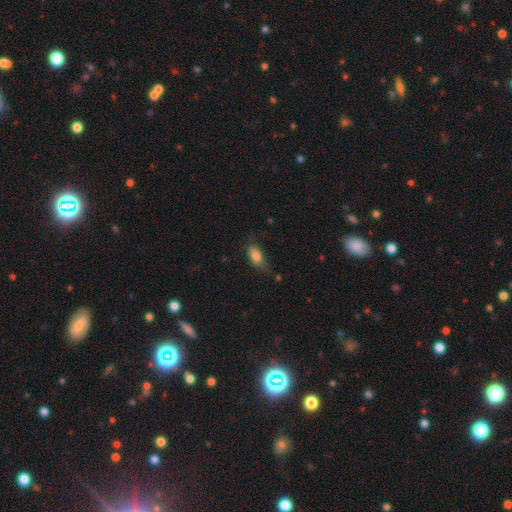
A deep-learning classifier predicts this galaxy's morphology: smooth 82%, featured or disk 10%, star or artifact 9%. Down the decision tree: how rounded — in between (86%); merging — none (56%).